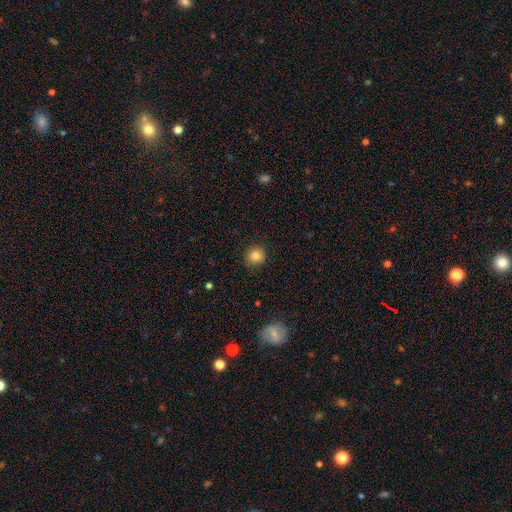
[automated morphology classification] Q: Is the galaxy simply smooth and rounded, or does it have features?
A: smooth — 84%.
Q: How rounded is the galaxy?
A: round — 86%.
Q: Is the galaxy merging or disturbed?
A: none — 88%.